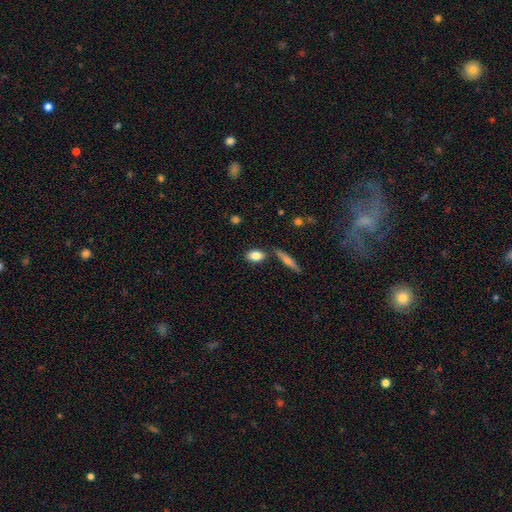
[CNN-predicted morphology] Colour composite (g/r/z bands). It shows a smooth galaxy with no disk features (83%) that is in between round and cigar-shaped (81%). Merging: none (77%).